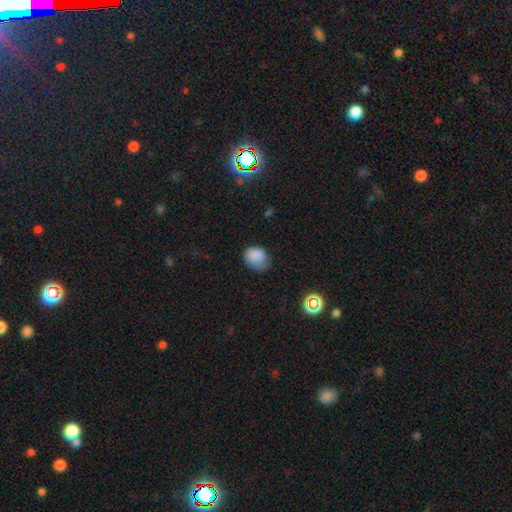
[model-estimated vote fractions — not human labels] smooth 83%, star or artifact 10%, featured or disk 7%. Down the decision tree: how rounded — round (50%); merging — none (50%).